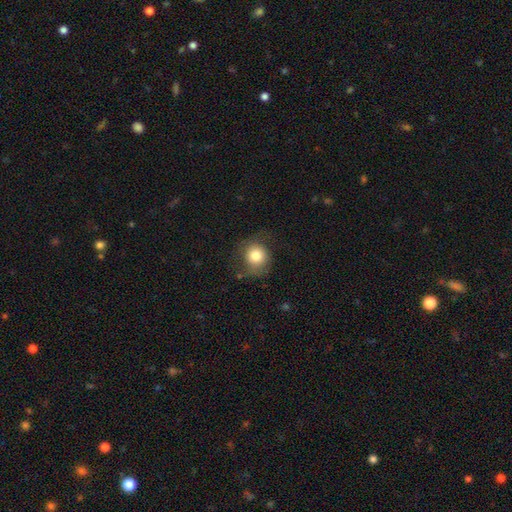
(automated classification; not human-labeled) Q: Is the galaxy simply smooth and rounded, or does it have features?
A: smooth — 77%.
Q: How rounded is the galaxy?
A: round — 82%.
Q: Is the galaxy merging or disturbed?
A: none — 63%.